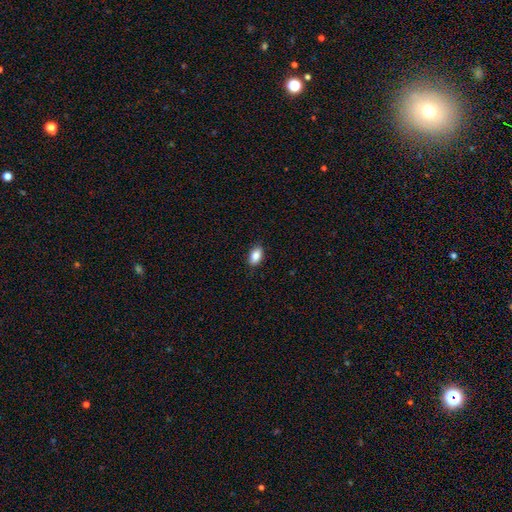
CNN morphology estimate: A smooth galaxy with no disk features (87%) that is in between round and cigar-shaped (91%).

Vote fractions:
- Smooth or featured? smooth: 87% / star or artifact: 7% / featured or disk: 5%
- How rounded? in between: 91% / round: 6% / cigar-shaped: 3%
- Merging? none: 87% / minor disturbance: 10% / major disturbance: 2% / merger: 1%